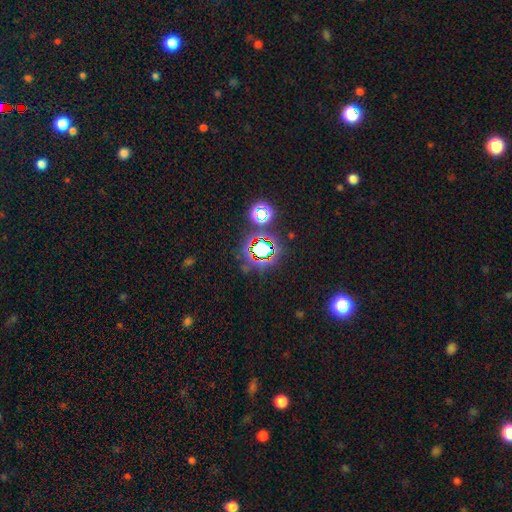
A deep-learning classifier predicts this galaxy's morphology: star or artifact 75%, smooth 15%, featured or disk 10%.